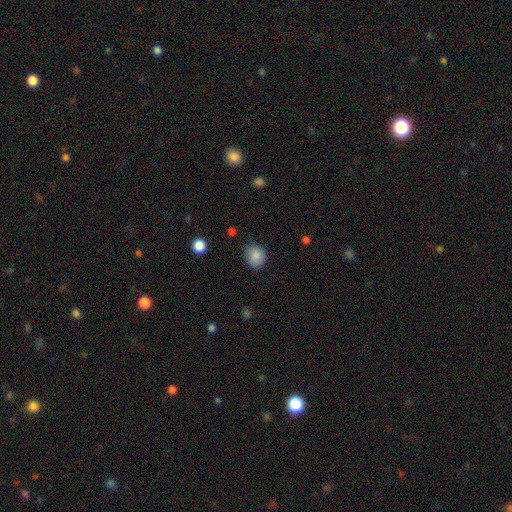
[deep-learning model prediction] The model was most divided on "how rounded": round: 72%, in between: 28%, cigar-shaped: 1%. More confident: smooth or featured — smooth (87%); merging — none (80%).